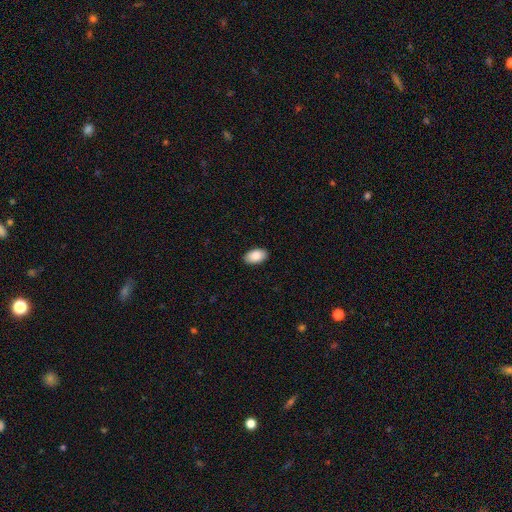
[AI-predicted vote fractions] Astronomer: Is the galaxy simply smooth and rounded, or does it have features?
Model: smooth — 88%.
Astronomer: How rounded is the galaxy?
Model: in between — 94%.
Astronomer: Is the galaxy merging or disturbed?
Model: none — 89%.